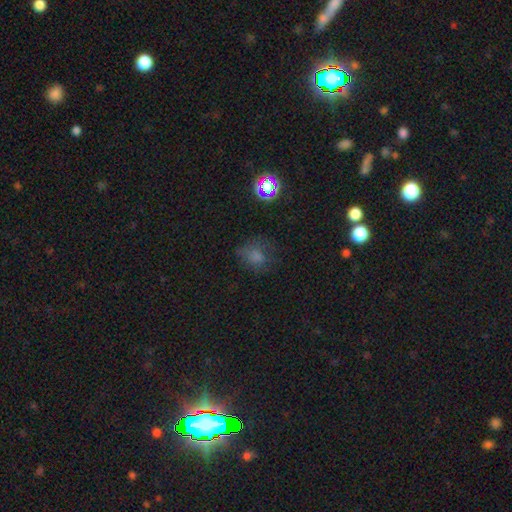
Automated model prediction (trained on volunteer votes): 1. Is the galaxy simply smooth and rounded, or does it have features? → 64% smooth, 24% star or artifact, 12% featured or disk.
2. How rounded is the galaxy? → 61% round, 38% in between, 1% cigar-shaped.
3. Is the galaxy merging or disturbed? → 56% none, 24% minor disturbance, 17% major disturbance, 2% merger.